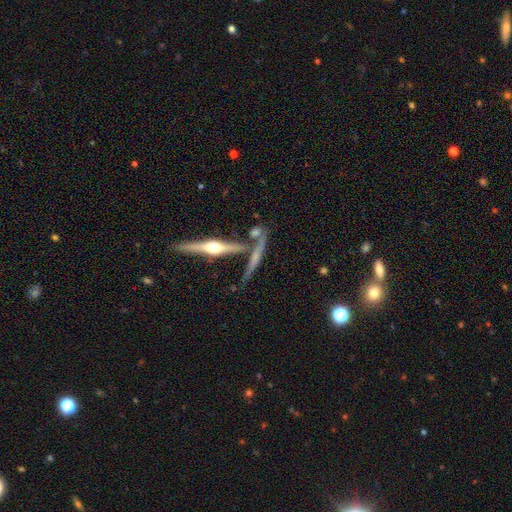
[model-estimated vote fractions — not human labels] Smooth or featured? Predicted: featured or disk (p=0.77). Edge-on disk? Predicted: yes (p=0.96). Edge-on bulge? Predicted: rounded (p=0.91). Merging? Predicted: none (p=0.68).